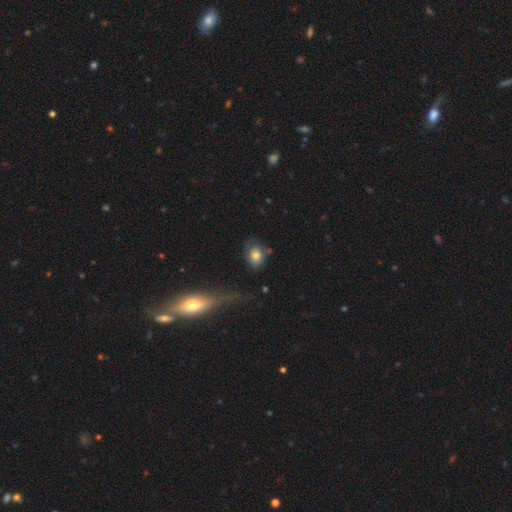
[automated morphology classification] Smooth or featured?
  - smooth: 65% *
  - featured or disk: 26%
  - star or artifact: 10%
How rounded?
  - round: 54% *
  - in between: 44%
  - cigar-shaped: 2%
Merging?
  - none: 50% *
  - minor disturbance: 26%
  - major disturbance: 17%
  - merger: 7%